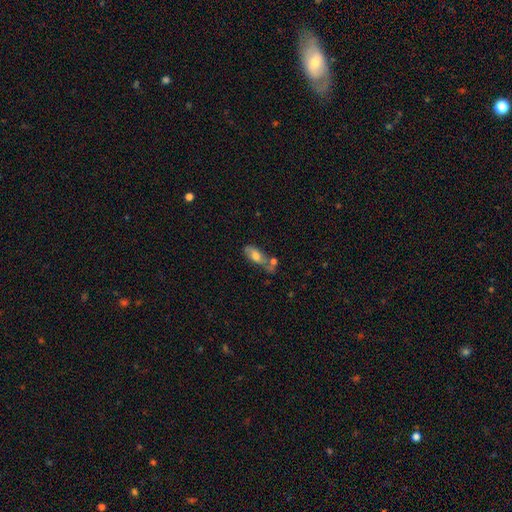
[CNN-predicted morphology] Overall: smooth (59%; featured or disk 33%). How rounded: in between (80%). Merging: merger (38%; none 31%).